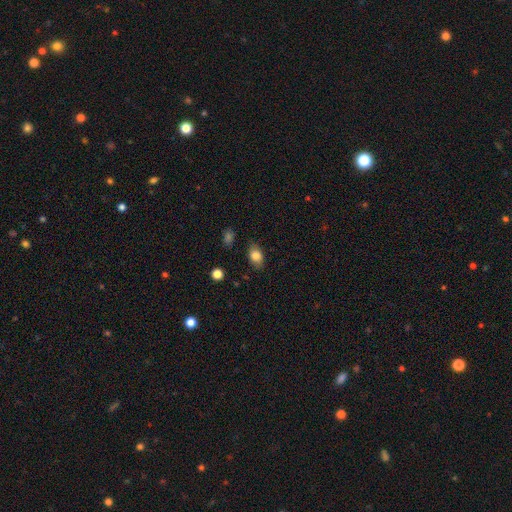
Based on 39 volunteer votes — Volunteers were most divided on "smooth or featured": smooth: 77%, featured or disk: 21%, star or artifact: 3%. More confident: merging — none (92%); how rounded — in between (90%).